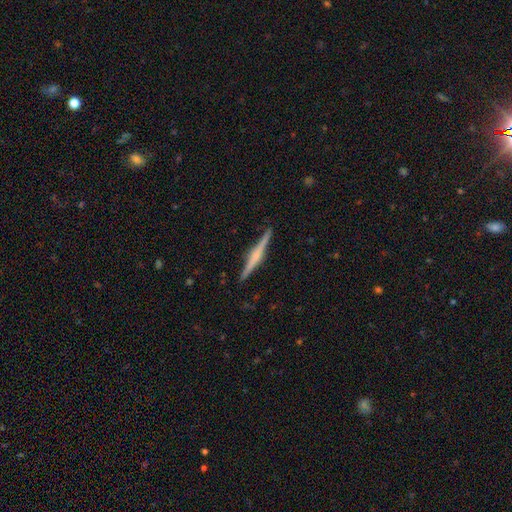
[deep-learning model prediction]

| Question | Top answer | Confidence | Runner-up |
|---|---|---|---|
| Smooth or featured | featured or disk | 74% | smooth (21%) |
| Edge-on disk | yes | 99% | no (1%) |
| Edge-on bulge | rounded | 62% | boxy (22%) |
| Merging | none | 92% | minor disturbance (6%) |